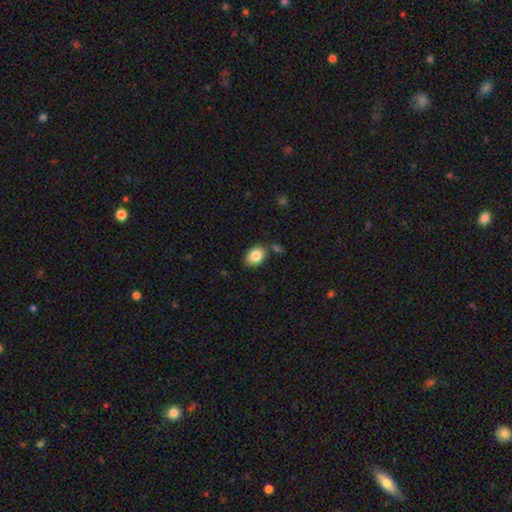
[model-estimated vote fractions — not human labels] Smooth or featured: smooth — 85% (featured or disk — 8%)
How rounded: in between — 80% (round — 18%)
Merging: none — 76% (minor disturbance — 13%)